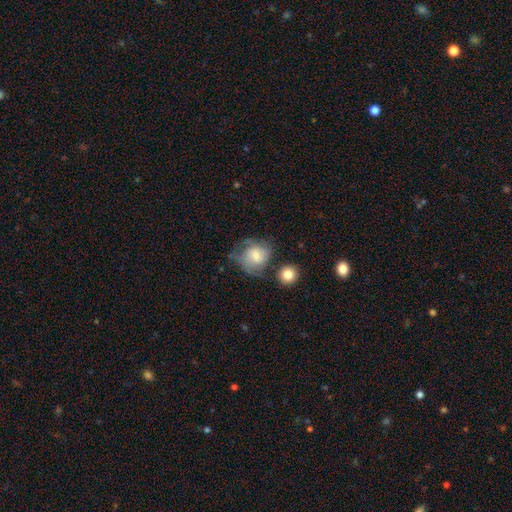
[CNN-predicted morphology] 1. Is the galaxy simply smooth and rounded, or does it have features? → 47% featured or disk, 45% smooth, 8% star or artifact.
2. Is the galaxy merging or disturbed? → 44% none, 25% minor disturbance, 23% major disturbance, 8% merger.